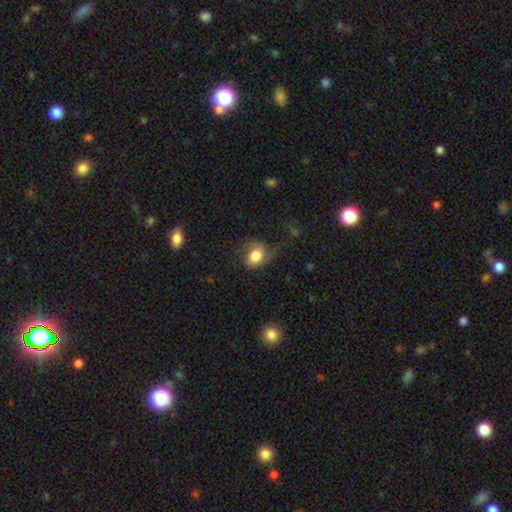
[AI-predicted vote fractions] A smooth galaxy with no disk features (71%) that is in between round and cigar-shaped (69%).

Vote fractions:
- Smooth or featured? smooth: 71% / featured or disk: 21% / star or artifact: 8%
- How rounded? in between: 69% / round: 30% / cigar-shaped: 1%
- Merging? none: 49% / minor disturbance: 25% / major disturbance: 23% / merger: 2%